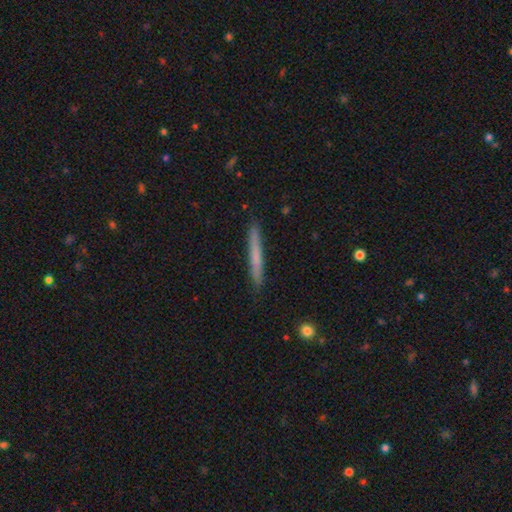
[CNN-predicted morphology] A smooth galaxy with no disk features (63%) that is cigar-shaped (97%).

Vote fractions:
- Smooth or featured? smooth: 63% / featured or disk: 31% / star or artifact: 6%
- How rounded? cigar-shaped: 97% / in between: 2% / round: 1%
- Merging? none: 90% / minor disturbance: 7% / major disturbance: 1% / merger: 1%